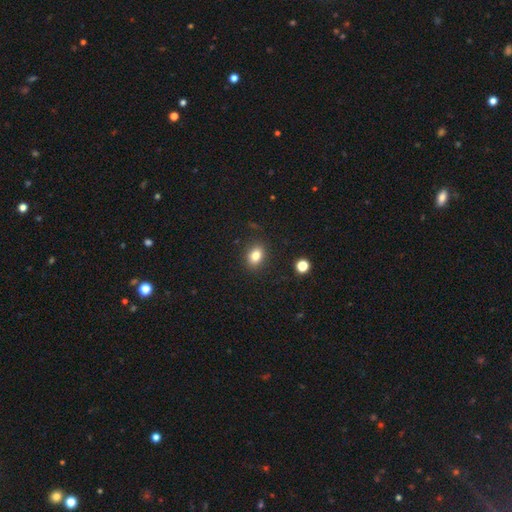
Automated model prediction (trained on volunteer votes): smooth-or-featured: smooth: 82% | star or artifact: 11% | featured or disk: 7%
  how-rounded: in between: 70% | round: 29% | cigar-shaped: 1%
  merging: none: 87% | minor disturbance: 9% | major disturbance: 2% | merger: 2%